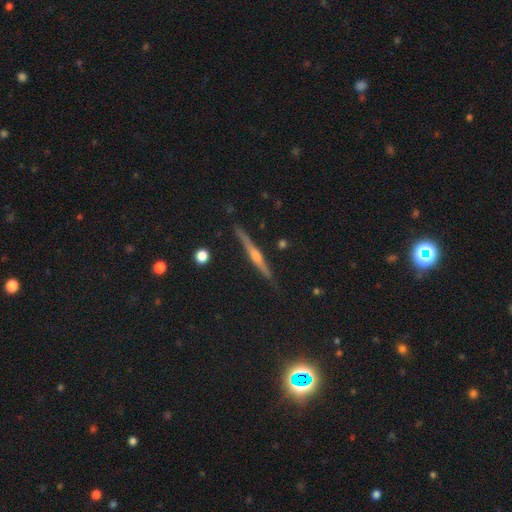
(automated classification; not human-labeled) featured or disk 75%, smooth 13%, star or artifact 11%. Down the decision tree: edge-on disk — yes (97%); edge-on bulge — rounded (83%); merging — none (89%).